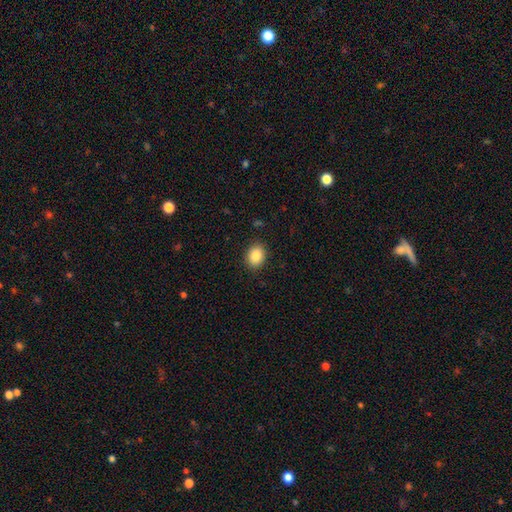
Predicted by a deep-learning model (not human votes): This is clearly a smooth galaxy (88%). How rounded: likely in between (60%). Merging: clearly none (88%).